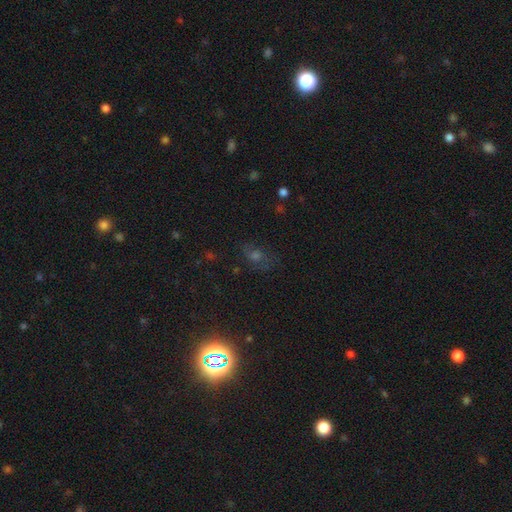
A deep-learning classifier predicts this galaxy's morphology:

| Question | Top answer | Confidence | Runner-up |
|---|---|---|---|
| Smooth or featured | star or artifact | 48% | smooth (31%) |